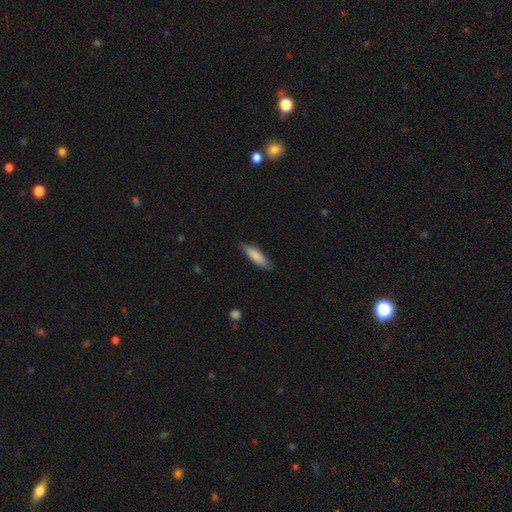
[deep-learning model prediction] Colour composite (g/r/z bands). It shows a smooth galaxy with no disk features (83%) that is cigar-shaped (61%). Merging: none (81%).